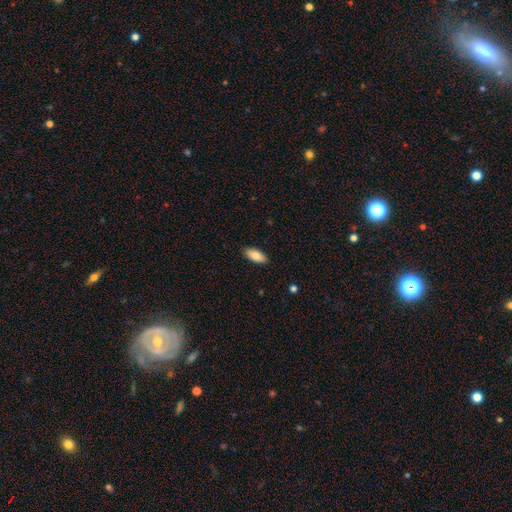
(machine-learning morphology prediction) Smooth or featured: smooth — 84% (featured or disk — 10%)
How rounded: in between — 88% (cigar-shaped — 10%)
Merging: none — 89% (minor disturbance — 9%)